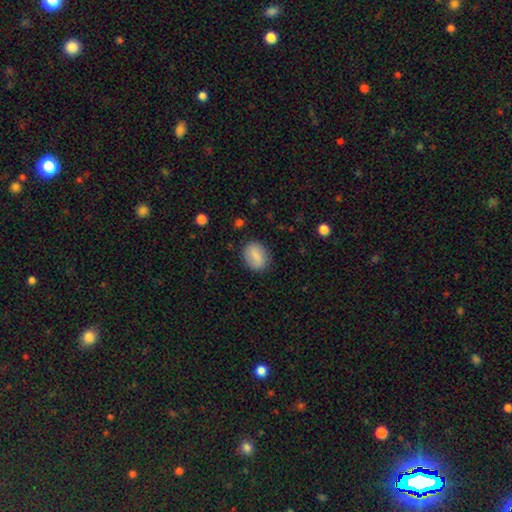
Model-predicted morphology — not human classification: Overall: smooth (81%). How rounded: in between (63%; round 36%). Merging: none (84%).